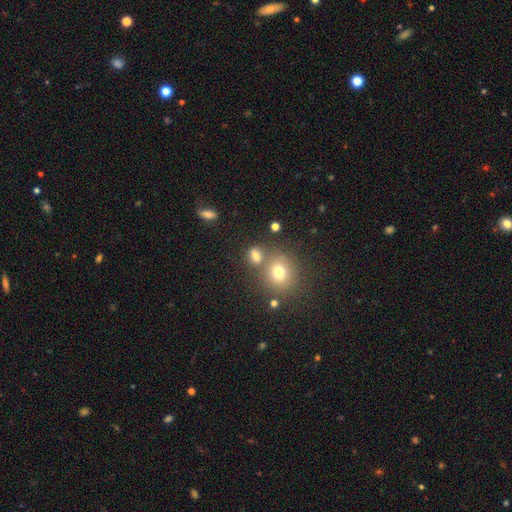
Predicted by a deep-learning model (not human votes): Smooth or featured?
  - smooth: 72% *
  - star or artifact: 18%
  - featured or disk: 10%
How rounded?
  - round: 57% *
  - in between: 41%
  - cigar-shaped: 2%
Merging?
  - none: 60% *
  - merger: 23%
  - minor disturbance: 11%
  - major disturbance: 5%